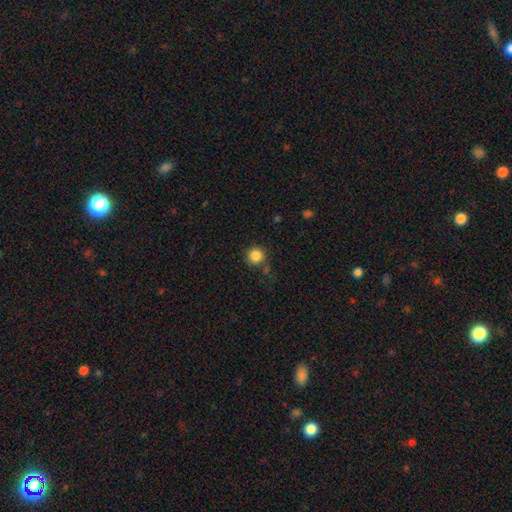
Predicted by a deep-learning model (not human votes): This is clearly a smooth galaxy (85%). How rounded: clearly round (94%). Merging: likely none (80%).